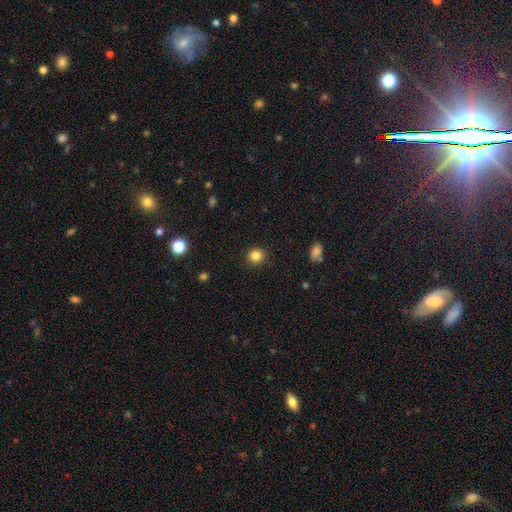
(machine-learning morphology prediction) This is clearly a smooth galaxy (84%). How rounded: clearly round (90%). Merging: clearly none (91%).